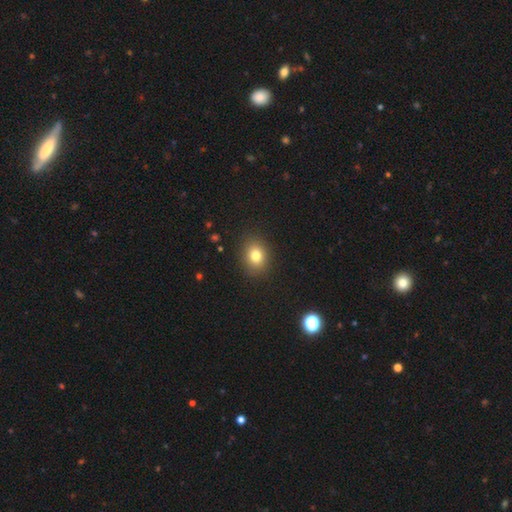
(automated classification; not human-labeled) A smooth galaxy with no disk features (79%) that is round (54%). Merging: none (89%).